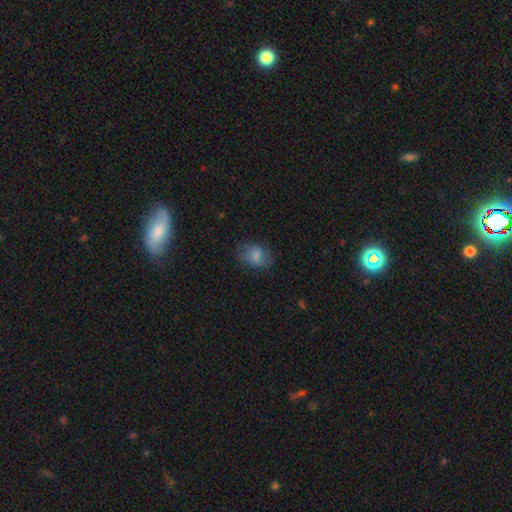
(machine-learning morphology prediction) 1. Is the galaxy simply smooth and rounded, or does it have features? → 73% smooth, 17% featured or disk, 10% star or artifact.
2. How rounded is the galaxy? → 67% in between, 32% round, 1% cigar-shaped.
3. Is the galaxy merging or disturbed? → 63% none, 24% minor disturbance, 11% major disturbance, 2% merger.